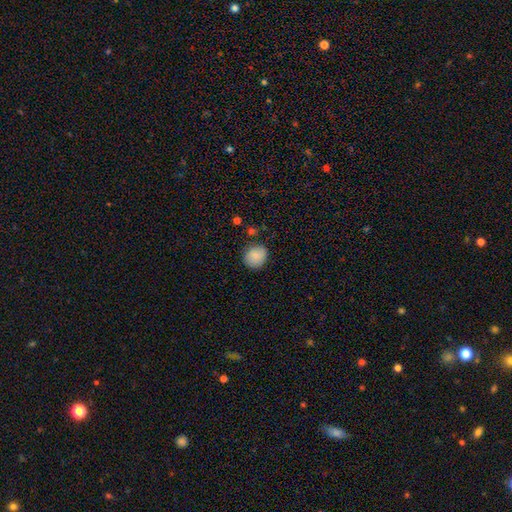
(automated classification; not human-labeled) The model was most divided on "how rounded": round: 83%, in between: 16%, cigar-shaped: 1%. More confident: smooth or featured — smooth (84%); merging — none (81%).